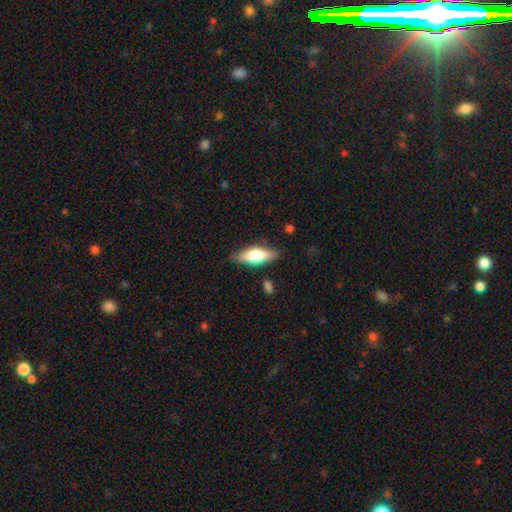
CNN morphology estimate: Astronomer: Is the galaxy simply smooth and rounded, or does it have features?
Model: smooth — 66%.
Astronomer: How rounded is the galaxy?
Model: in between — 62%.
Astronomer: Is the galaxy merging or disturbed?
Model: none — 82%.